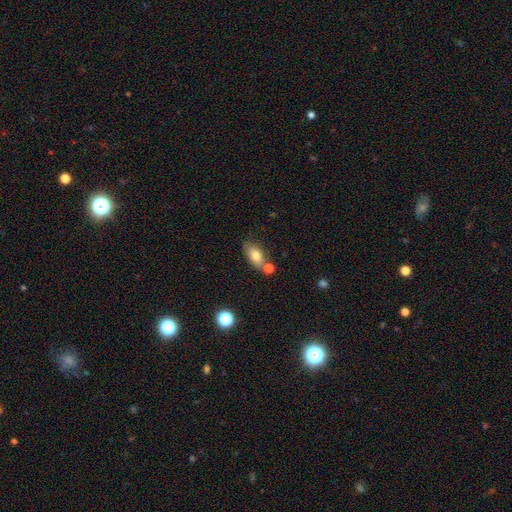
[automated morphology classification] The model was most divided on "merging": none: 62%, merger: 19%, minor disturbance: 15%, major disturbance: 4%. More confident: how rounded — in between (87%); smooth or featured — smooth (77%).